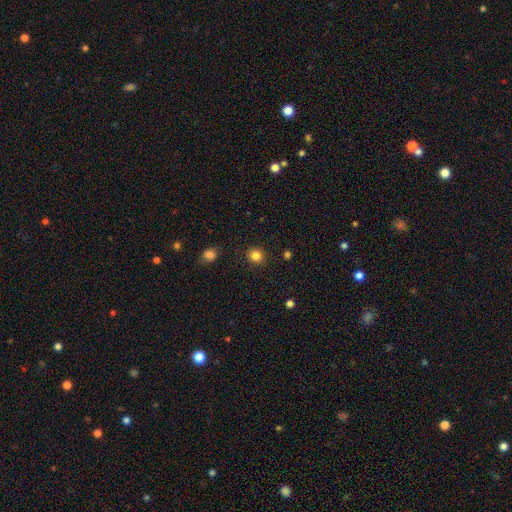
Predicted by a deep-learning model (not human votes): Morphology: type=smooth (83%); roundness=round (88%); merging=none (90%).